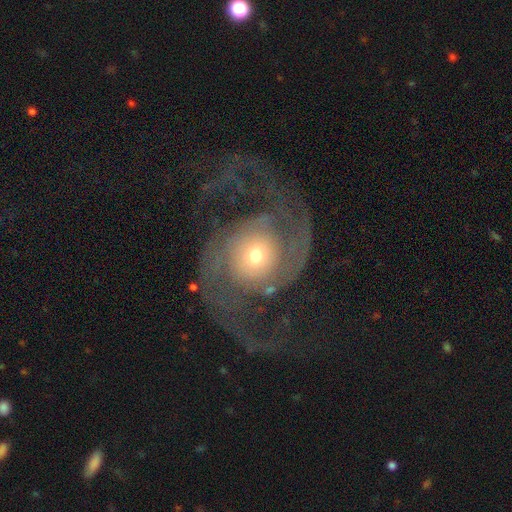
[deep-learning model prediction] Smooth or featured: featured or disk — 78% (smooth — 15%)
Edge-on disk: no — 97% (yes — 3%)
Bar: no — 78% (weak — 16%)
Spiral arms: yes — 85% (no — 15%)
Spiral winding: medium — 39% (loose — 33%)
Spiral arm count: 2 — 62% (can't tell — 15%)
Bulge size: moderate — 49% (small — 43%)
Merging: none — 45% (major disturbance — 38%)